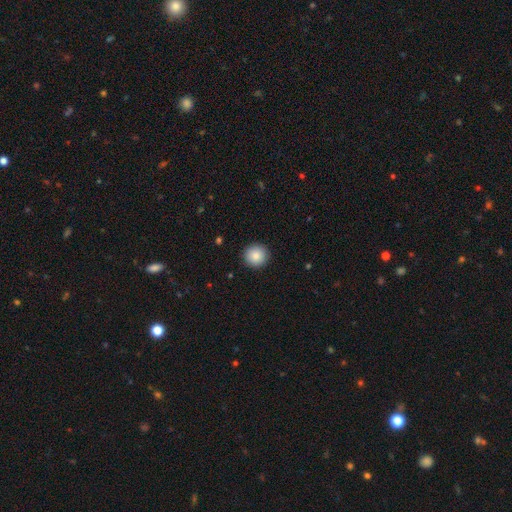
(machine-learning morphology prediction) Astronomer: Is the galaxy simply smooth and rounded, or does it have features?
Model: smooth — 86%.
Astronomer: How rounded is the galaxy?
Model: round — 95%.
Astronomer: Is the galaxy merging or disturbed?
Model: none — 92%.